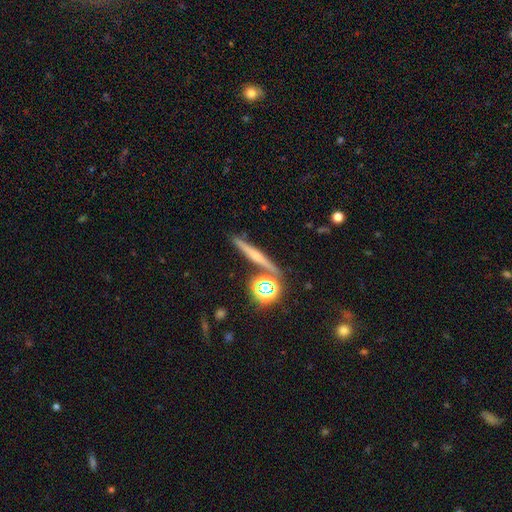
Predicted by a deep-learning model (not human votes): This appears to be a featured or disk galaxy (43%). Merging: none (83%).